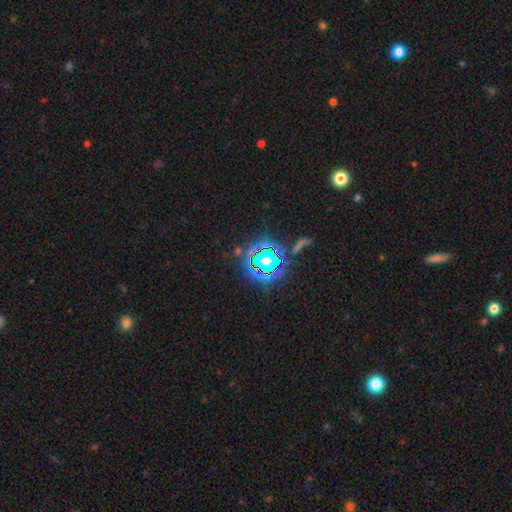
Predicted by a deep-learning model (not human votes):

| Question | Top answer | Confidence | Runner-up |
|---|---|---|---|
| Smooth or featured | star or artifact | 78% | smooth (13%) |